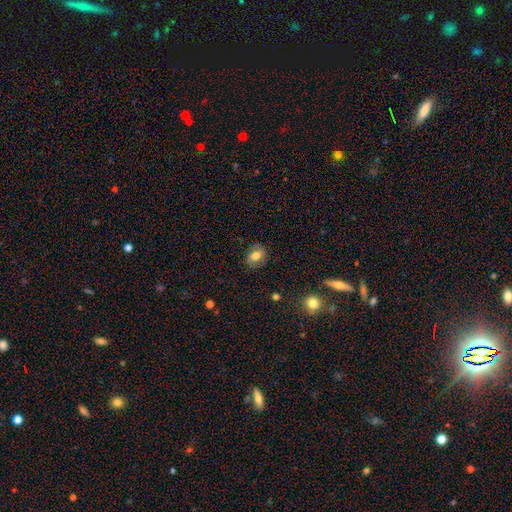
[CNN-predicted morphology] The model was most divided on "how rounded": in between: 60%, round: 38%, cigar-shaped: 1%. More confident: merging — none (81%); smooth or featured — smooth (67%).